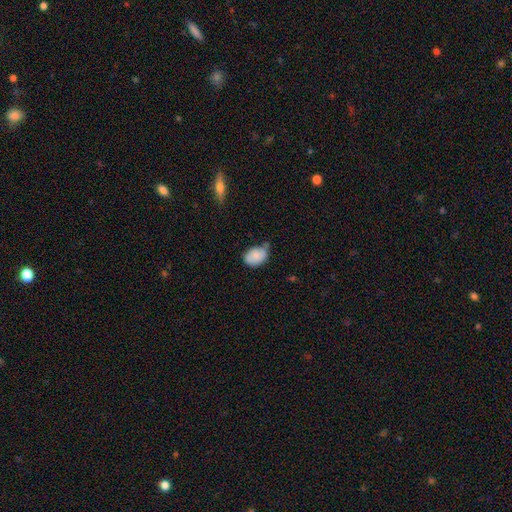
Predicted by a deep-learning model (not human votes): This appears to be a smooth galaxy with no disk features (75%) that is in between round and cigar-shaped (75%). Merging: minor disturbance (44%).